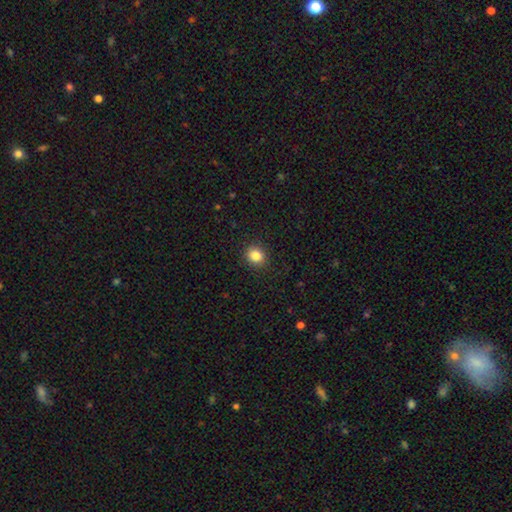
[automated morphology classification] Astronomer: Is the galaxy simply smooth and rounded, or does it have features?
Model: smooth — 84%.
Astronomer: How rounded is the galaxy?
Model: round — 74%.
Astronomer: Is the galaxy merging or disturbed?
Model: none — 91%.